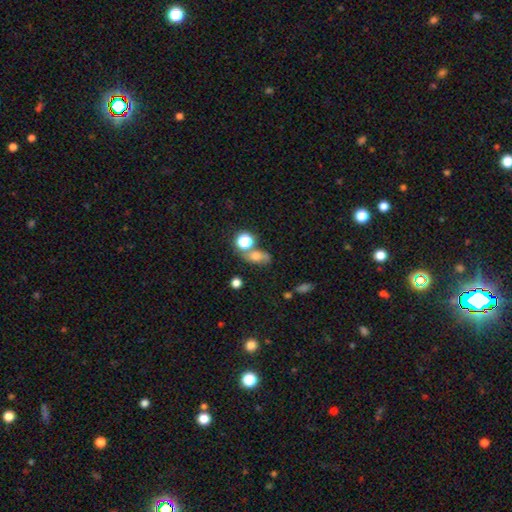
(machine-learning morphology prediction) Smooth or featured? smooth (60%)
How rounded? in between (59%)
Merging? none (49%)